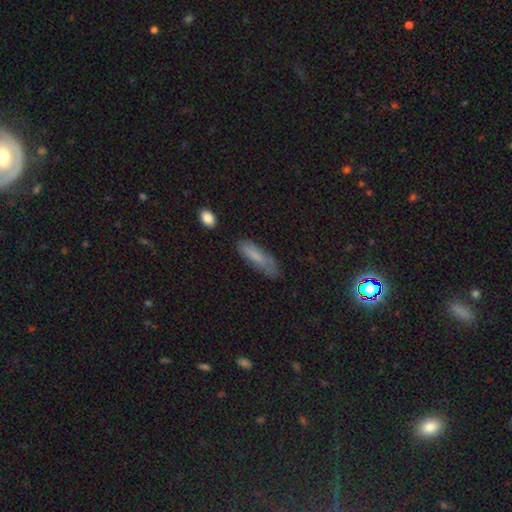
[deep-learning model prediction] Smooth or featured? smooth (75%)
How rounded? cigar-shaped (60%)
Merging? none (67%)